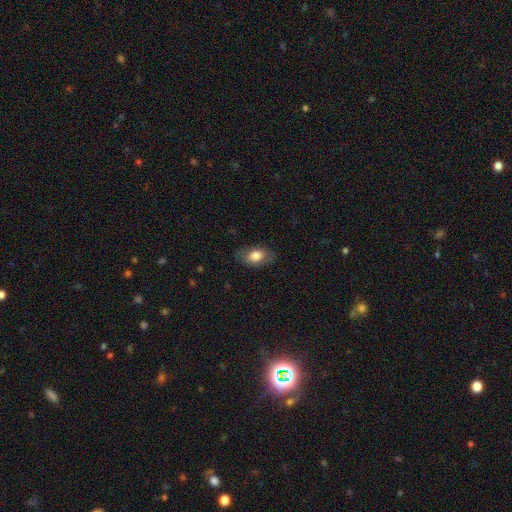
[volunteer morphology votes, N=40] This is likely a smooth galaxy (75%). How rounded: clearly in between (87%). Merging: clearly none (82%).